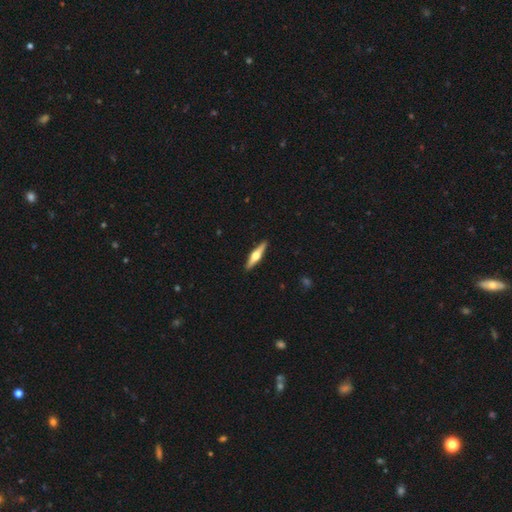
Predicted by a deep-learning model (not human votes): A featured or disk galaxy (65%) viewed edge-on (97%) with a rounded central bulge (95%).

Vote fractions:
- Smooth or featured? featured or disk: 65% / smooth: 30% / star or artifact: 5%
- Edge-on disk? yes: 97% / no: 3%
- Edge-on bulge? rounded: 95% / boxy: 3% / none: 2%
- Merging? none: 92% / minor disturbance: 6% / major disturbance: 1% / merger: 1%